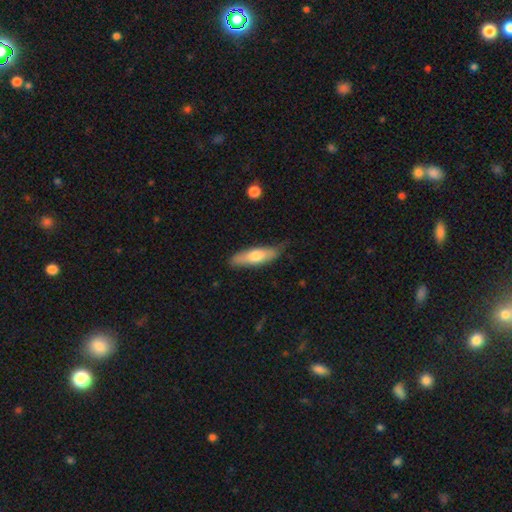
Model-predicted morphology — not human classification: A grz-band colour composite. It shows a smooth galaxy with no disk features (66%) that is cigar-shaped (53%). Merging: none (69%).